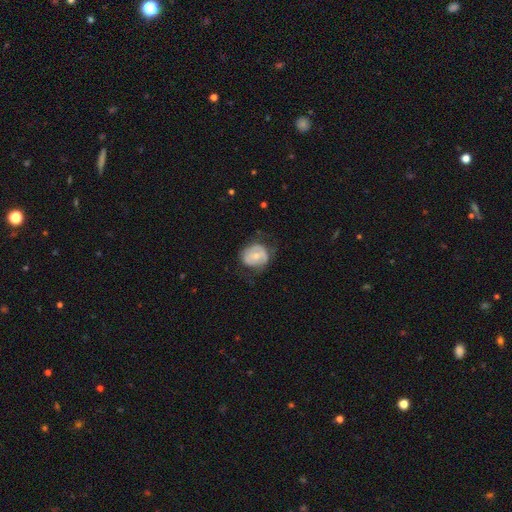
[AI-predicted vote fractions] smooth 47%, featured or disk 46%, star or artifact 7%. Down the decision tree: merging — none (56%).